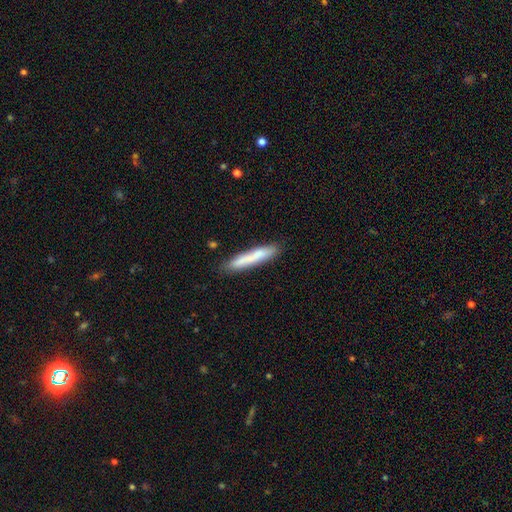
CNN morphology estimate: A smooth galaxy with no disk features (74%) that is cigar-shaped (94%). Merging: none (83%).